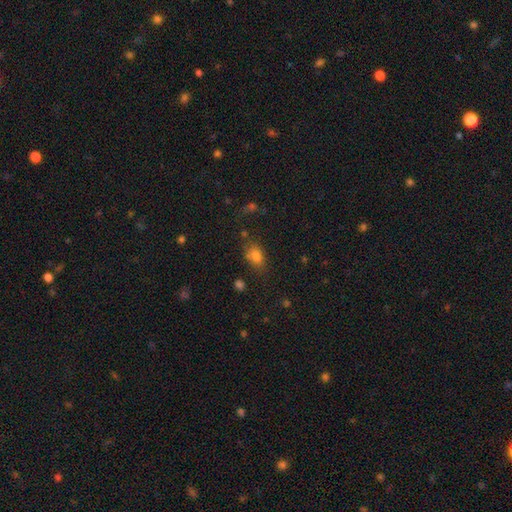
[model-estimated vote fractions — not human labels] Smooth or featured? smooth (79%)
How rounded? in between (79%)
Merging? none (65%)